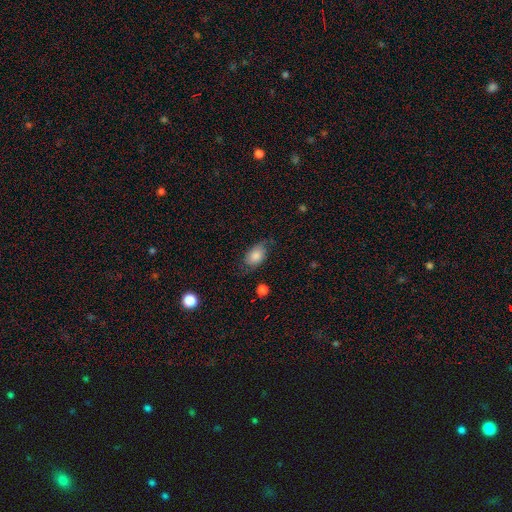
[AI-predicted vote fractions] smooth 77%, featured or disk 15%, star or artifact 8%. Down the decision tree: how rounded — in between (88%); merging — none (64%).